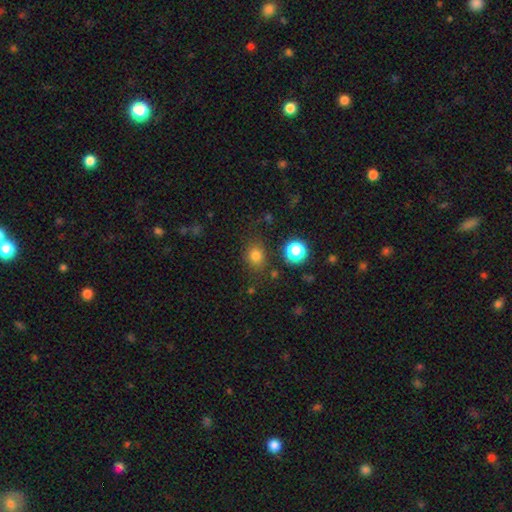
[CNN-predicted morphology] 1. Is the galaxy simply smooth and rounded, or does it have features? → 77% smooth, 17% star or artifact, 6% featured or disk.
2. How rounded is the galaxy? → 69% round, 30% in between, 1% cigar-shaped.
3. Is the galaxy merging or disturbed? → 79% none, 12% minor disturbance, 5% major disturbance, 4% merger.